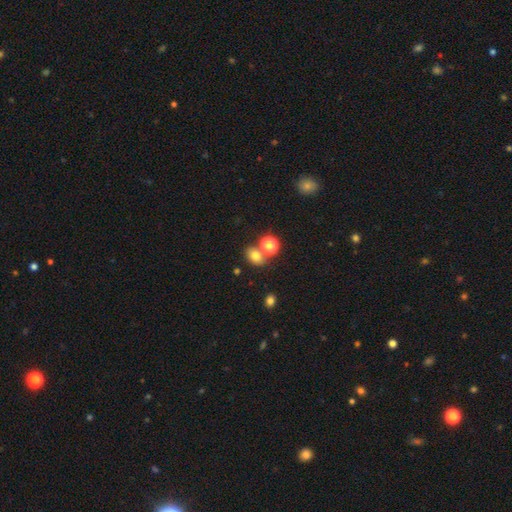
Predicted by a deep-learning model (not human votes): A smooth galaxy with no disk features (76%) that is in between round and cigar-shaped (52%).

Vote fractions:
- Smooth or featured? smooth: 76% / star or artifact: 15% / featured or disk: 9%
- How rounded? in between: 52% / round: 47% / cigar-shaped: 1%
- Merging? none: 61% / merger: 24% / minor disturbance: 11% / major disturbance: 4%